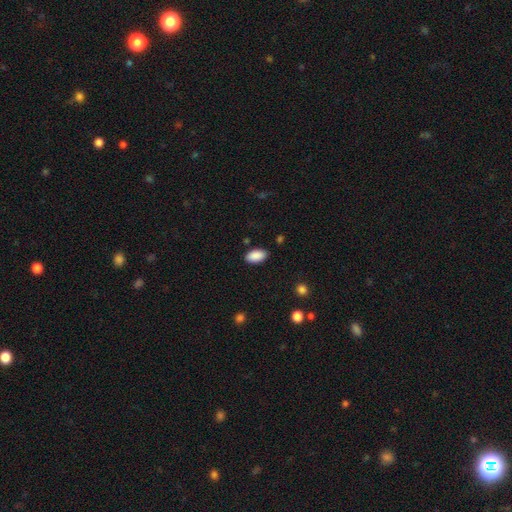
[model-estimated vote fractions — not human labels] This is clearly a smooth galaxy (90%). How rounded: clearly in between (95%). Merging: clearly none (87%).